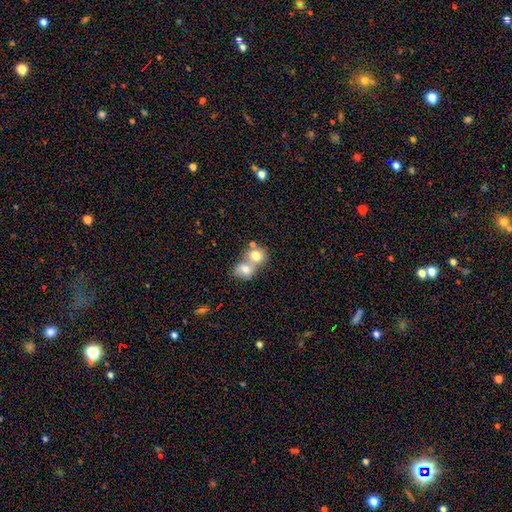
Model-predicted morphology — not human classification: Smooth or featured? smooth (75%)
How rounded? round (67%)
Merging? merger (70%)